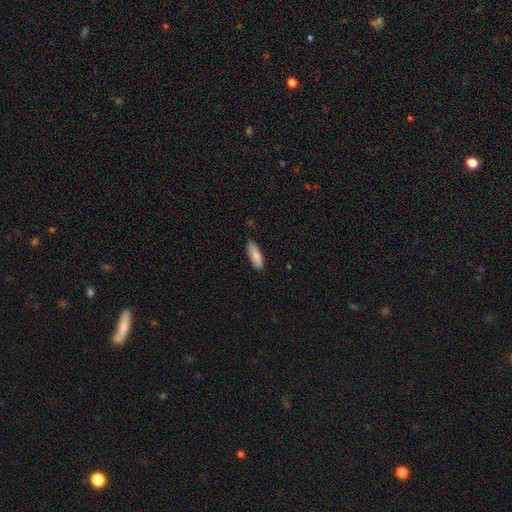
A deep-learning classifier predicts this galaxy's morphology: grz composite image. It shows a smooth galaxy with no disk features (85%) that is in between round and cigar-shaped (62%). Merging: none (83%).